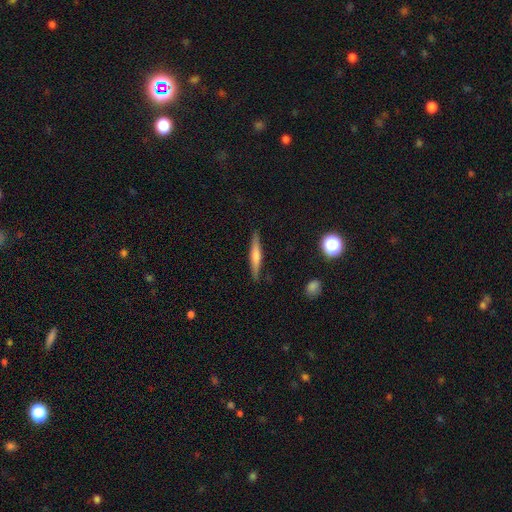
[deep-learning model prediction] Q: Smooth or featured?
A: smooth (47%); runner-up: featured or disk (46%)
Q: Merging?
A: none (88%); runner-up: minor disturbance (9%)